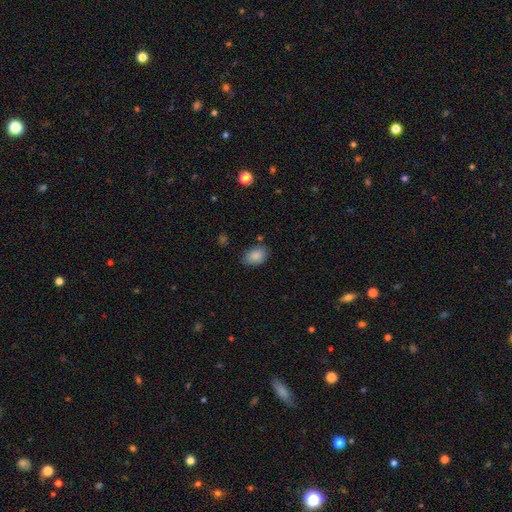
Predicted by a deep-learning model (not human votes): Overall: smooth (87%). How rounded: in between (79%). Merging: none (73%).